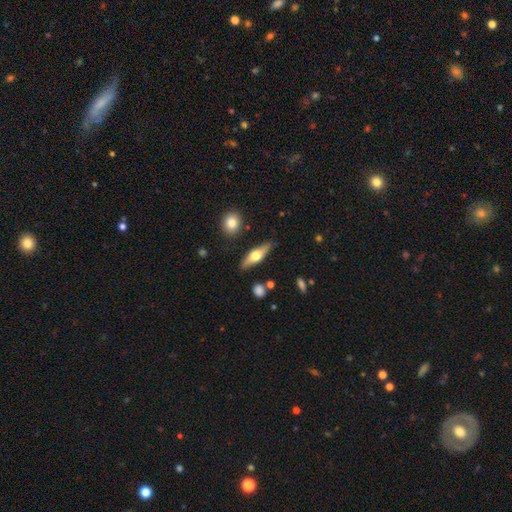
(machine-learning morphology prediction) type=featured or disk (51%); edge-on=yes (90%); merging=none (83%).